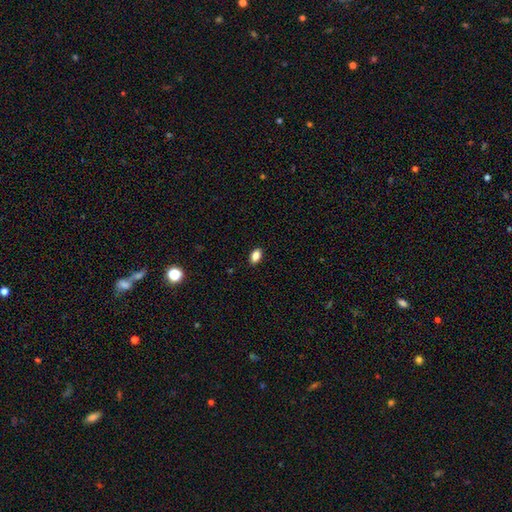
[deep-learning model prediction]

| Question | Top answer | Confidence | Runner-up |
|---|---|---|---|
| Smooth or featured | smooth | 85% | star or artifact (9%) |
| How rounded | in between | 87% | round (11%) |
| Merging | none | 89% | minor disturbance (8%) |